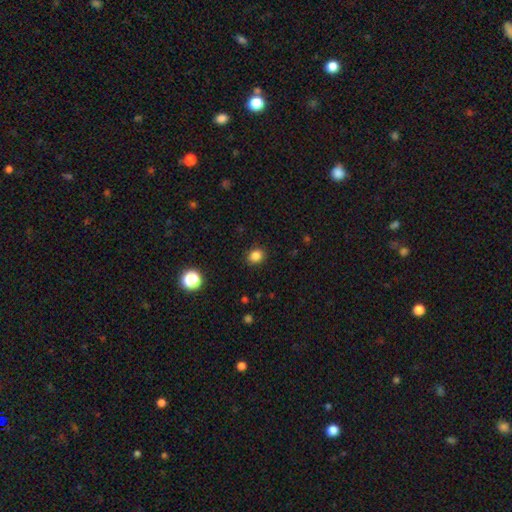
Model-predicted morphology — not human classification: Overall: smooth (84%). How rounded: round (57%; in between 43%). Merging: none (89%).